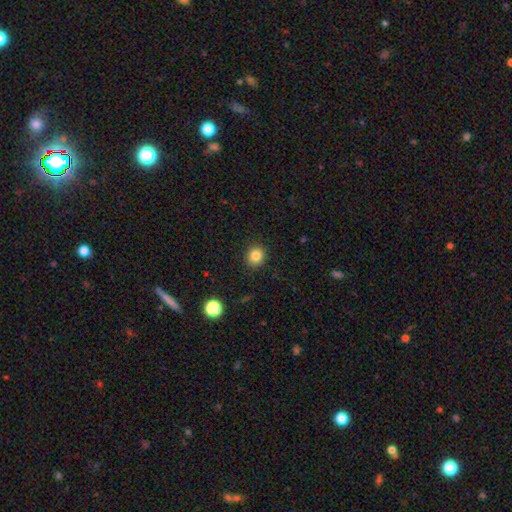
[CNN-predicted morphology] This is clearly a smooth galaxy (84%). How rounded: clearly round (83%). Merging: clearly none (91%).